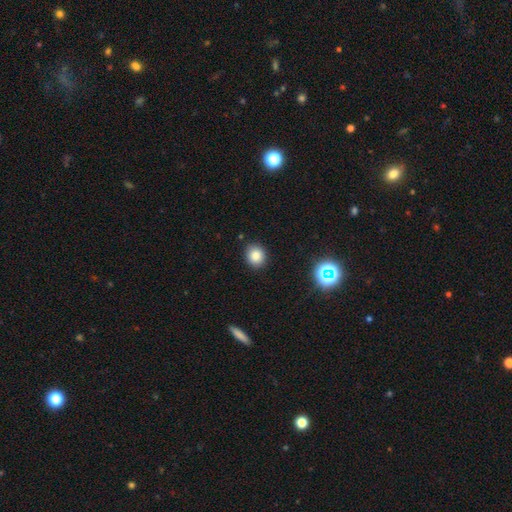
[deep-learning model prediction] Overall: smooth (82%). How rounded: round (75%). Merging: none (88%).